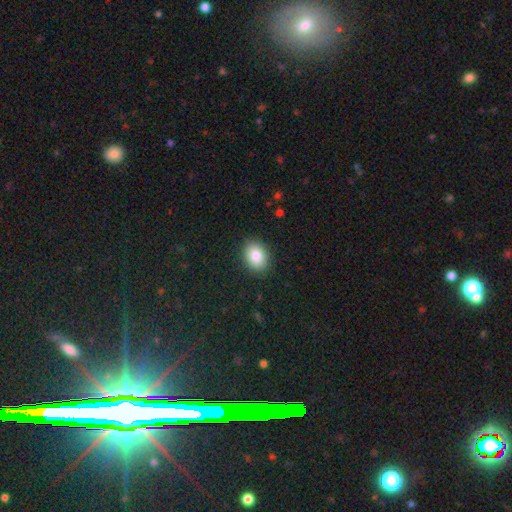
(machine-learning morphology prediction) Smooth or featured: smooth — 86% (star or artifact — 8%)
How rounded: in between — 71% (round — 28%)
Merging: none — 88% (minor disturbance — 8%)